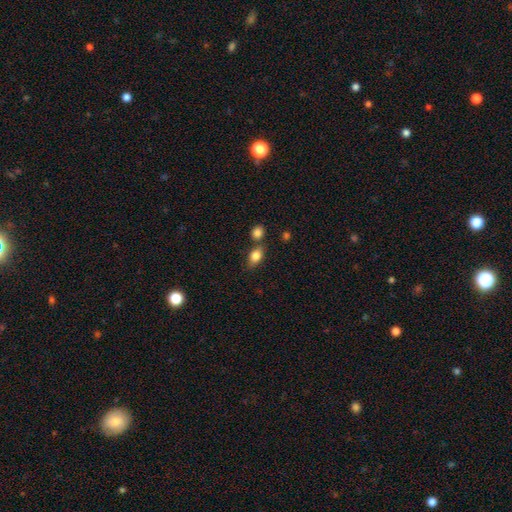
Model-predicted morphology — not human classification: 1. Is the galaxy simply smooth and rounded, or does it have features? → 82% smooth, 10% featured or disk, 9% star or artifact.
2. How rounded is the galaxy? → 76% in between, 20% round, 4% cigar-shaped.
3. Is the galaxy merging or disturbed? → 60% none, 22% merger, 14% minor disturbance, 4% major disturbance.